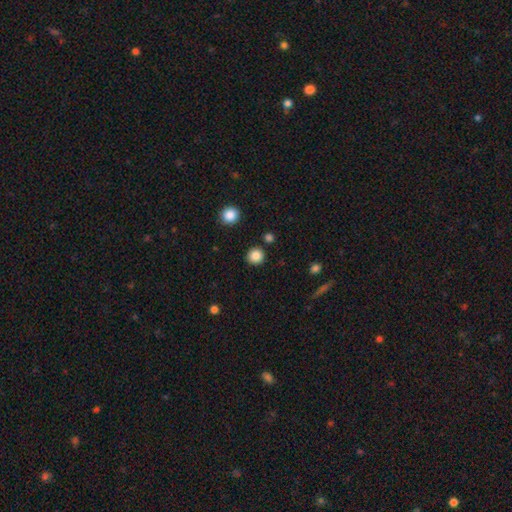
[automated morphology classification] The model was most divided on "smooth or featured": smooth: 86%, star or artifact: 11%, featured or disk: 4%. More confident: how rounded — round (93%); merging — none (90%).